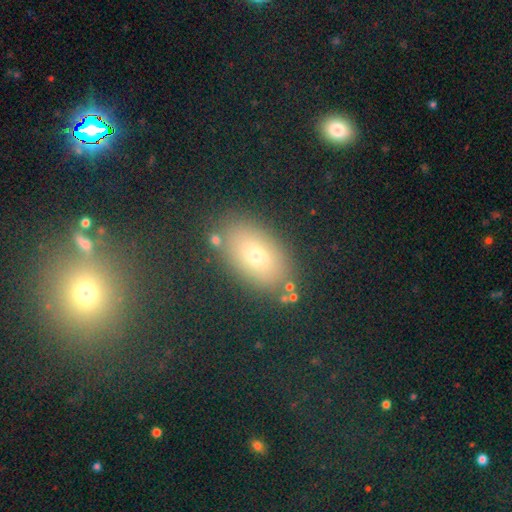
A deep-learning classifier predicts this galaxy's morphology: Overall: smooth (69%). How rounded: in between (86%). Merging: none (84%).